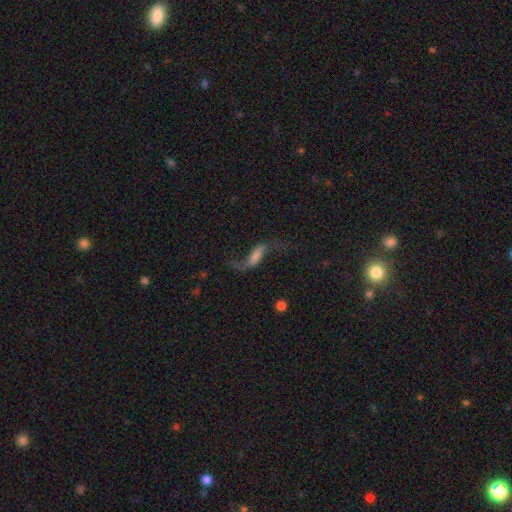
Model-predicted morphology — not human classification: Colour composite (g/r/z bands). It shows a featured or disk galaxy (75%) with a weak bar (40%), 2 (90%) loose (93%) spiral arms (93%) and no central bulge (36%). Merging: none (65%).